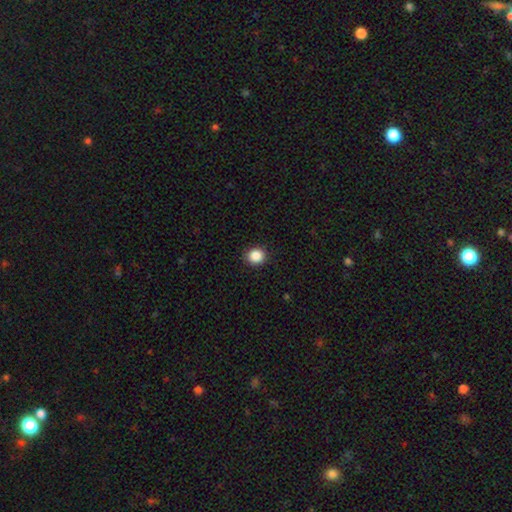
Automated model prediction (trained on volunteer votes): smooth_or_featured: smooth (p=0.88) [alt: star or artifact p=0.09]
how_rounded: round (p=0.83) [alt: in between p=0.16]
merging: none (p=0.90) [alt: minor disturbance p=0.07]